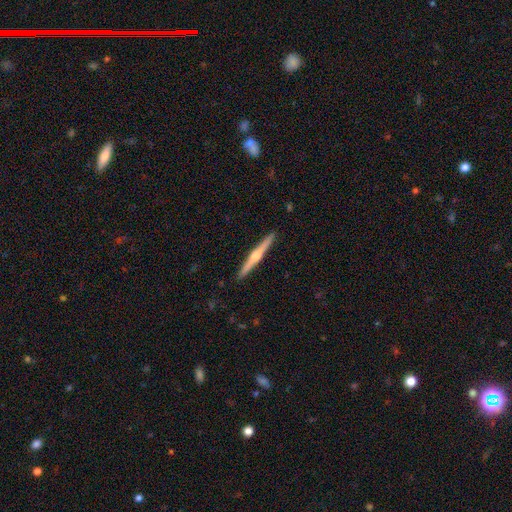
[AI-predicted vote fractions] featured or disk 72%, smooth 23%, star or artifact 5%. Down the decision tree: edge-on disk — yes (98%); edge-on bulge — rounded (92%); merging — none (92%).